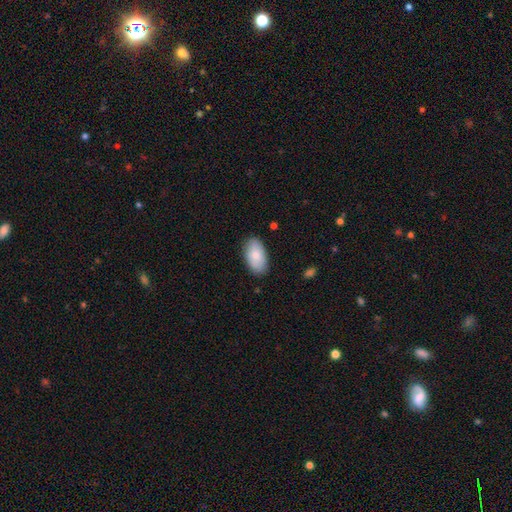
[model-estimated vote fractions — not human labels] Morphology: type=smooth (82%); roundness=in between (95%); merging=none (85%).